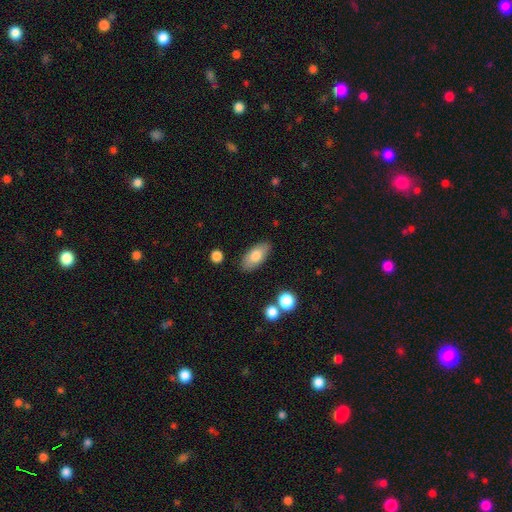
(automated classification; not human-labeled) Smooth or featured: smooth — 76% (featured or disk — 17%)
How rounded: in between — 90% (cigar-shaped — 7%)
Merging: none — 84% (minor disturbance — 12%)